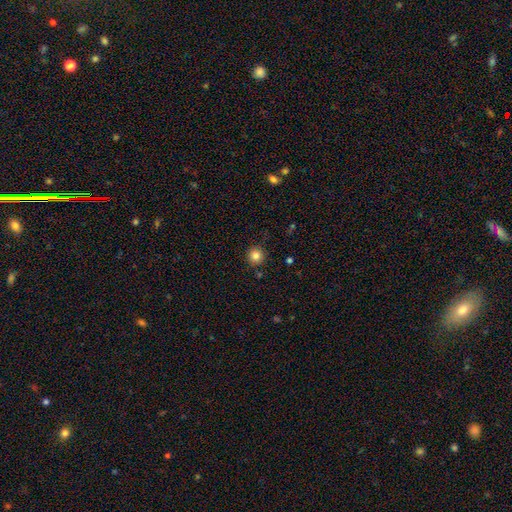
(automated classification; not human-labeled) The model was most divided on "smooth or featured": smooth: 83%, star or artifact: 11%, featured or disk: 6%. More confident: how rounded — round (94%); merging — none (87%).